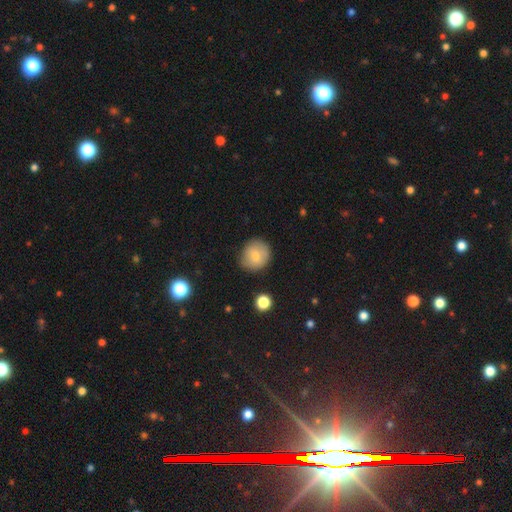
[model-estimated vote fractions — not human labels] A smooth galaxy with no disk features (76%) that is round (86%). Merging: none (81%).